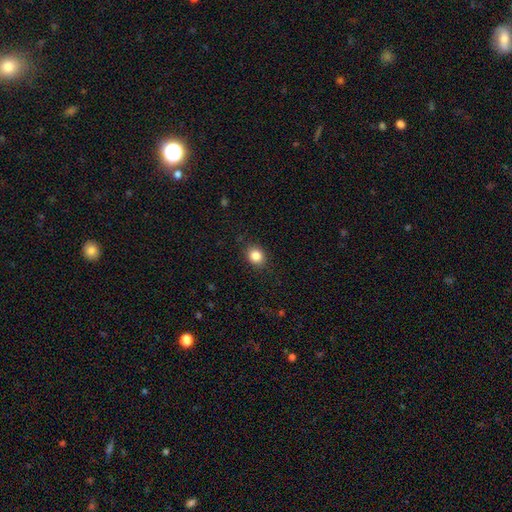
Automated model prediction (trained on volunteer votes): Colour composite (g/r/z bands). It shows a smooth galaxy with no disk features (85%) that is round (61%). Merging: none (87%).